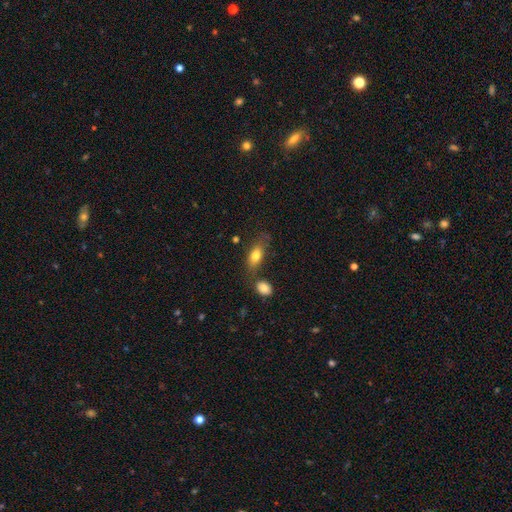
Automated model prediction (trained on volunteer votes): smooth 78%, featured or disk 15%, star or artifact 8%. Down the decision tree: how rounded — in between (82%); merging — none (60%).